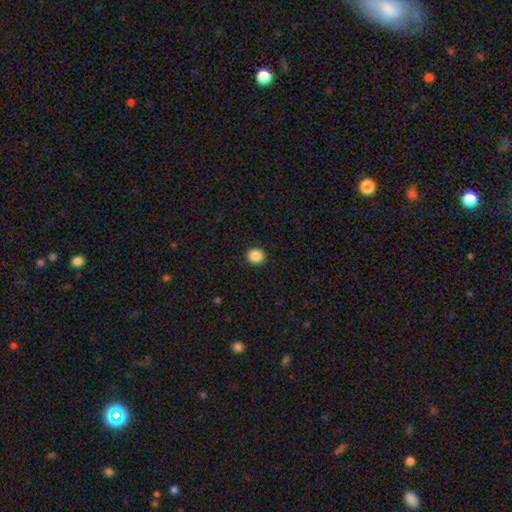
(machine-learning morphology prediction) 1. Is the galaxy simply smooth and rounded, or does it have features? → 88% smooth, 10% star or artifact, 3% featured or disk.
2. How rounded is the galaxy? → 83% round, 16% in between, 1% cigar-shaped.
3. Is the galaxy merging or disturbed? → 92% none, 5% minor disturbance, 2% major disturbance, 1% merger.